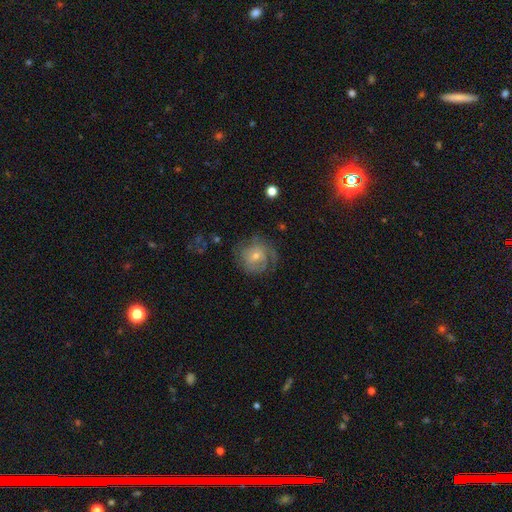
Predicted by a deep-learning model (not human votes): smooth_or_featured: featured or disk (p=0.65) [alt: smooth p=0.28]
disk_edge_on: no (p=0.97) [alt: yes p=0.03]
bar: no (p=0.63) [alt: weak p=0.32]
has_spiral_arms: yes (p=0.83) [alt: no p=0.17]
spiral_winding: tight (p=0.52) [alt: medium p=0.33]
spiral_arm_count: can't tell (p=0.38) [alt: 2 p=0.27]
bulge_size: small (p=0.53) [alt: moderate p=0.42]
merging: none (p=0.61) [alt: minor disturbance p=0.21]